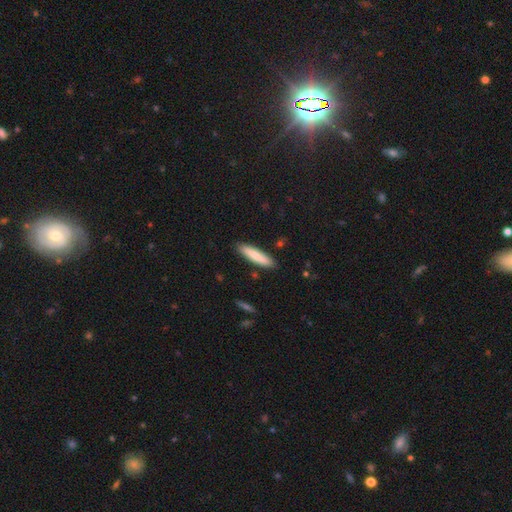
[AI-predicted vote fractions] The model was most divided on "how rounded": cigar-shaped: 80%, in between: 19%, round: 1%. More confident: merging — none (88%); smooth or featured — smooth (80%).